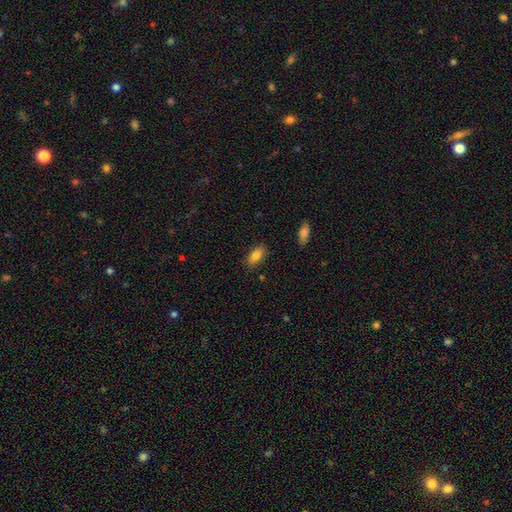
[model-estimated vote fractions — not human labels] A smooth galaxy with no disk features (83%) that is in between round and cigar-shaped (89%).

Vote fractions:
- Smooth or featured? smooth: 83% / featured or disk: 9% / star or artifact: 8%
- How rounded? in between: 89% / cigar-shaped: 6% / round: 4%
- Merging? none: 85% / minor disturbance: 11% / major disturbance: 2% / merger: 2%